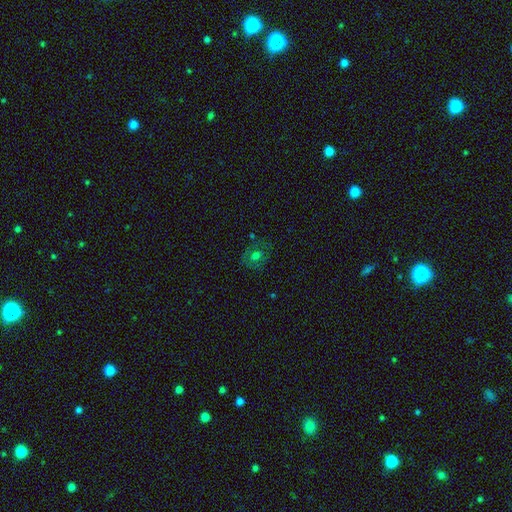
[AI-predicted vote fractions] Morphology: type=smooth (55%); roundness=round (63%); merging=none (74%).